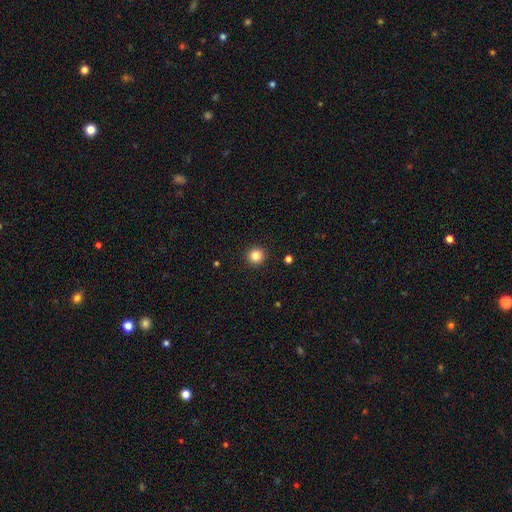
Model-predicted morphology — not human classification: Smooth or featured? Predicted: smooth (p=0.84). How rounded? Predicted: round (p=0.95). Merging? Predicted: none (p=0.93).